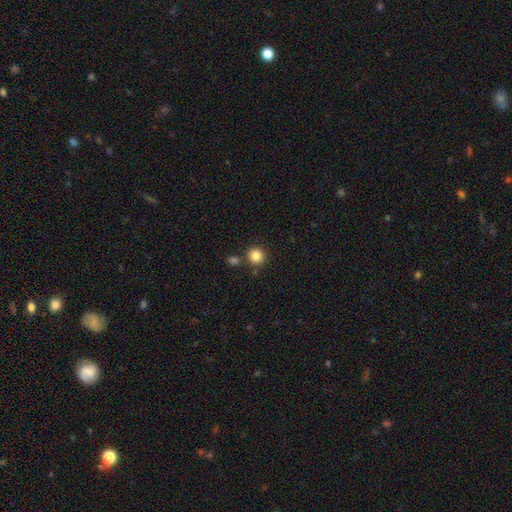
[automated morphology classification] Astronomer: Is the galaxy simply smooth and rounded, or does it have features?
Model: smooth — 85%.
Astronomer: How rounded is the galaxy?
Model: round — 93%.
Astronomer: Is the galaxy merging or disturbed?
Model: none — 82%.